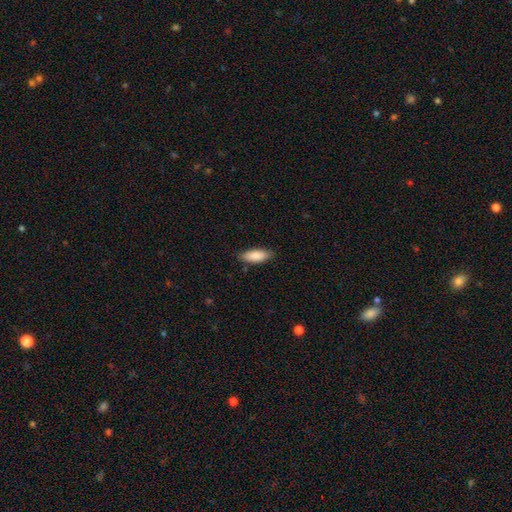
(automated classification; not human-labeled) smooth-or-featured: smooth: 87% | featured or disk: 7% | star or artifact: 6%
  how-rounded: in between: 74% | cigar-shaped: 24% | round: 2%
  merging: none: 85% | minor disturbance: 12% | major disturbance: 2% | merger: 1%